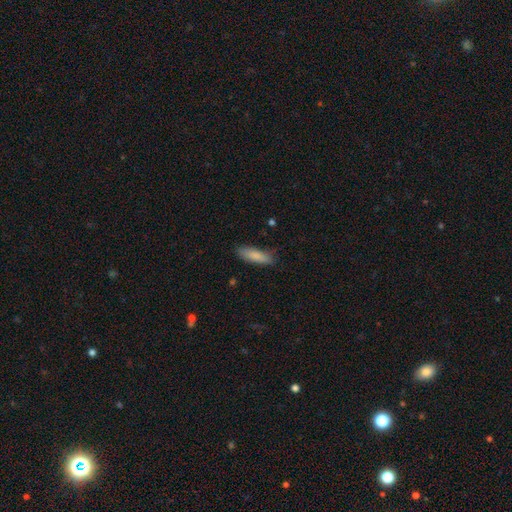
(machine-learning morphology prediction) This is clearly a smooth galaxy (84%). How rounded: possibly cigar-shaped (57%). Merging: clearly none (81%).